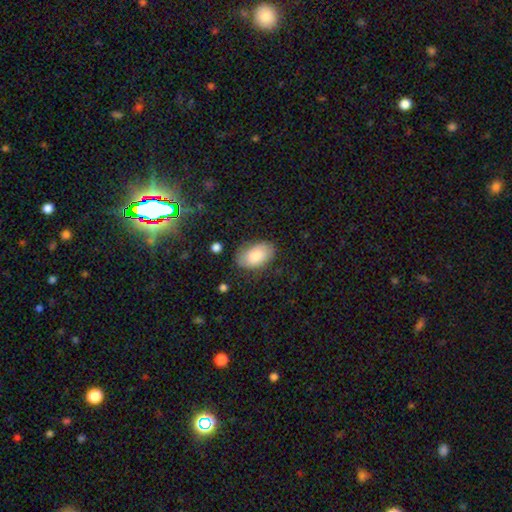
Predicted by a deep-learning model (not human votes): The model was most divided on "merging": none: 74%, minor disturbance: 19%, major disturbance: 5%, merger: 2%. More confident: how rounded — in between (93%); smooth or featured — smooth (80%).